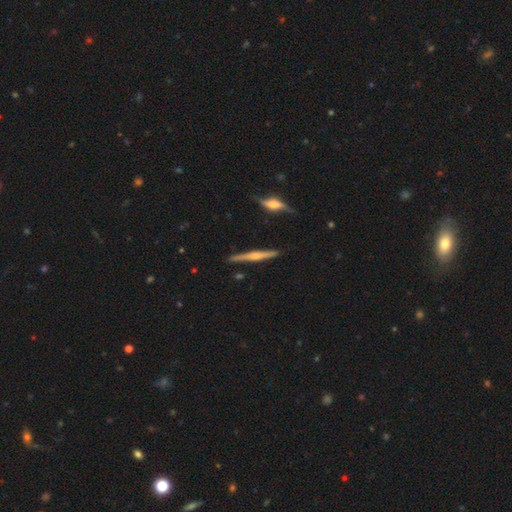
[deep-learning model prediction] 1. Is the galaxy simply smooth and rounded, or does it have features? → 67% featured or disk, 28% smooth, 5% star or artifact.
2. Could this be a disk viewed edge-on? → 98% yes, 2% no.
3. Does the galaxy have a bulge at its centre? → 65% rounded, 17% none, 17% boxy.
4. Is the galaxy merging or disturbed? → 87% none, 9% minor disturbance, 2% merger, 2% major disturbance.